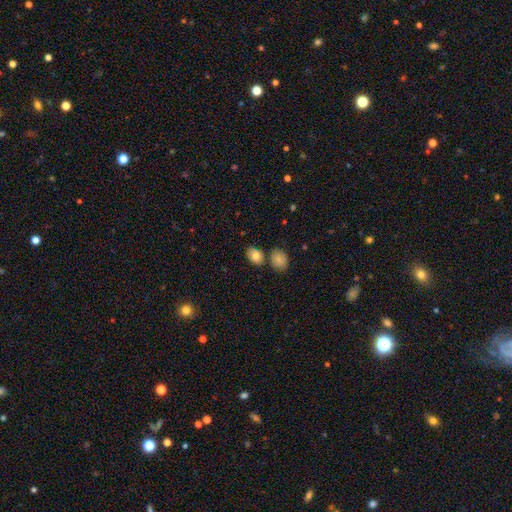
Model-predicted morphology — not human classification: smooth_or_featured: smooth (p=0.82) [alt: featured or disk p=0.09]
how_rounded: in between (p=0.75) [alt: round p=0.24]
merging: none (p=0.63) [alt: merger p=0.19]